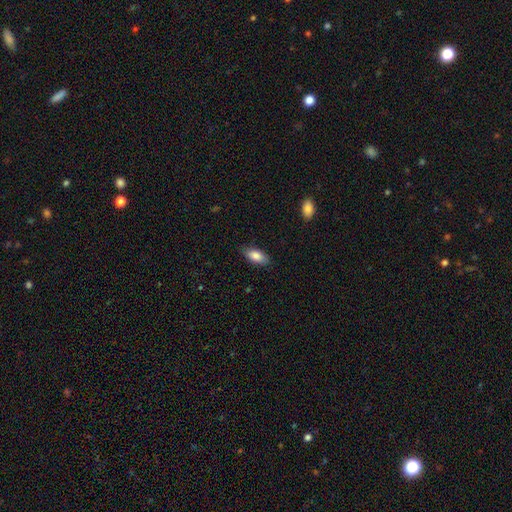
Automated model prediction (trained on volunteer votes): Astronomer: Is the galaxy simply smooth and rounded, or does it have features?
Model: smooth — 85%.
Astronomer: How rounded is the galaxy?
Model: in between — 88%.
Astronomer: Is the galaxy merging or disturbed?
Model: none — 85%.